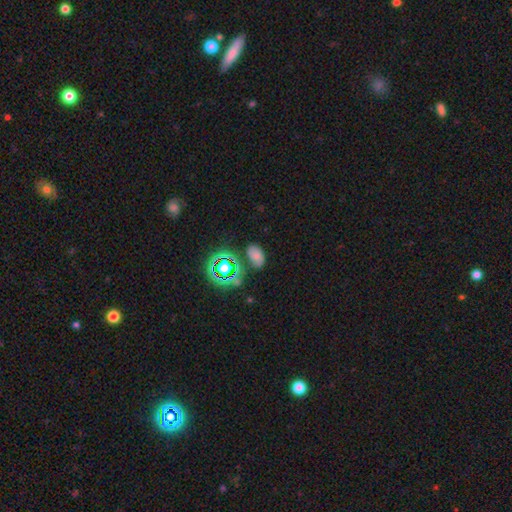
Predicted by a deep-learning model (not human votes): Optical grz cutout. It shows a smooth galaxy with no disk features (59%) that is in between round and cigar-shaped (85%). Merging: none (65%).